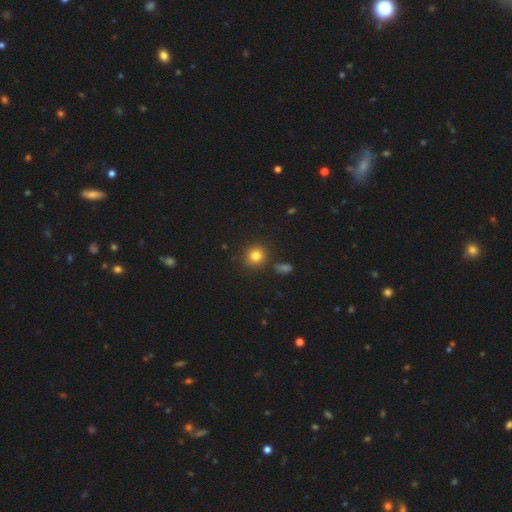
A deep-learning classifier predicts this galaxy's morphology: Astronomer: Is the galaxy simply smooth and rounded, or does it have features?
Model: smooth — 81%.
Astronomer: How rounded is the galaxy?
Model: round — 89%.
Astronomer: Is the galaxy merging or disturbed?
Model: none — 85%.